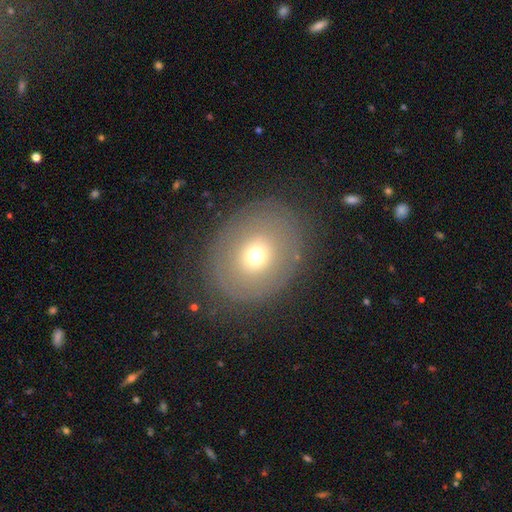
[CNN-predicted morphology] This appears to be a smooth galaxy with no disk features (56%) that is round (64%). Merging: none (80%).